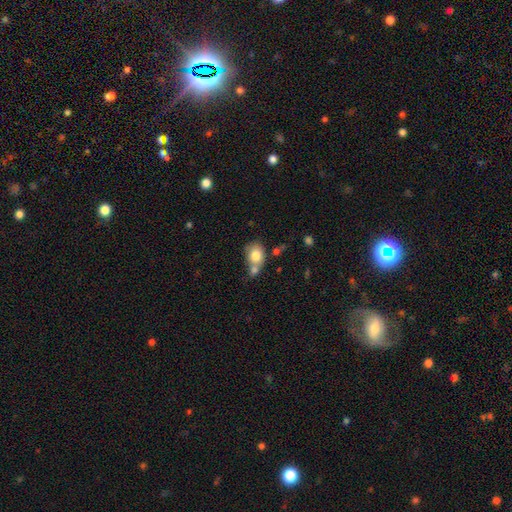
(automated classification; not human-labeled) smooth_or_featured: smooth (p=0.78) [alt: featured or disk p=0.14]
how_rounded: in between (p=0.53) [alt: round p=0.46]
merging: merger (p=0.44) [alt: none p=0.36]